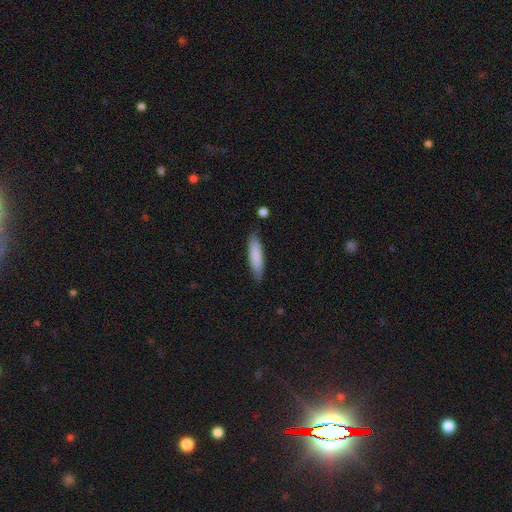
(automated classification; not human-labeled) The model was most divided on "how rounded": cigar-shaped: 72%, in between: 27%, round: 1%. More confident: merging — none (83%); smooth or featured — smooth (83%).